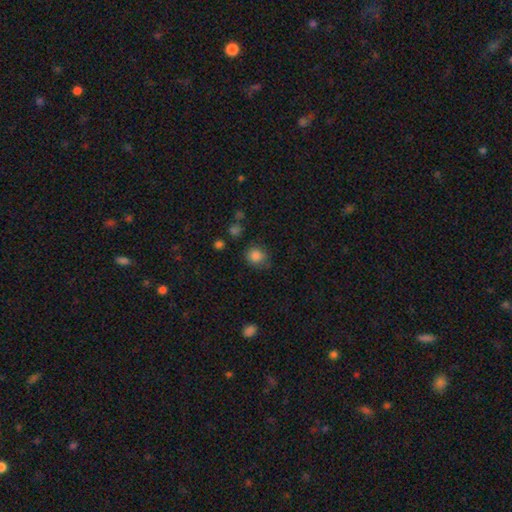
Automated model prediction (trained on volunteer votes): A smooth galaxy with no disk features (84%) that is round (83%).

Vote fractions:
- Smooth or featured? smooth: 84% / star or artifact: 11% / featured or disk: 5%
- How rounded? round: 83% / in between: 16% / cigar-shaped: 1%
- Merging? none: 74% / minor disturbance: 18% / major disturbance: 5% / merger: 3%